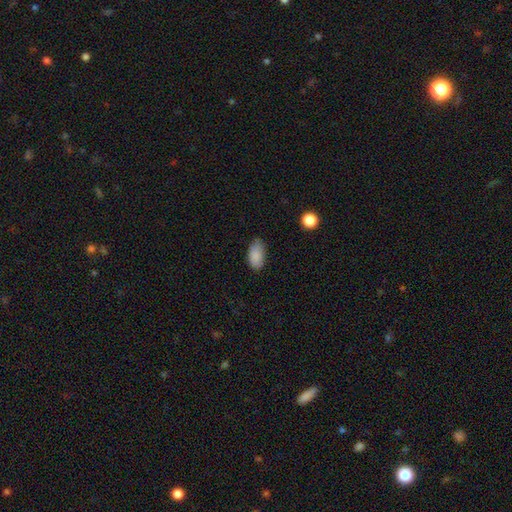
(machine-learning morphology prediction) smooth_or_featured: smooth (p=0.88) [alt: star or artifact p=0.07]
how_rounded: in between (p=0.94) [alt: round p=0.04]
merging: none (p=0.72) [alt: minor disturbance p=0.23]